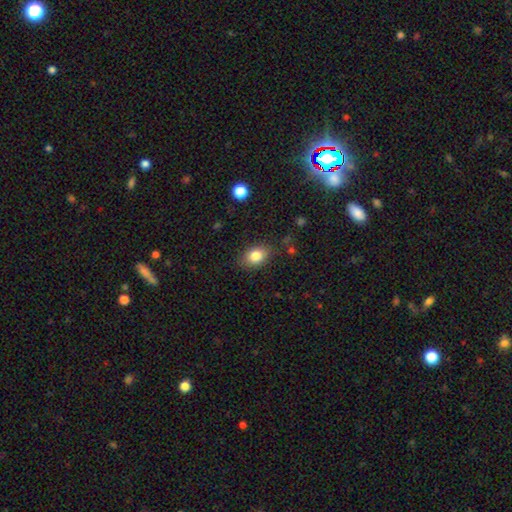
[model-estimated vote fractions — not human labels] Smooth or featured? smooth (82%)
How rounded? in between (78%)
Merging? none (82%)